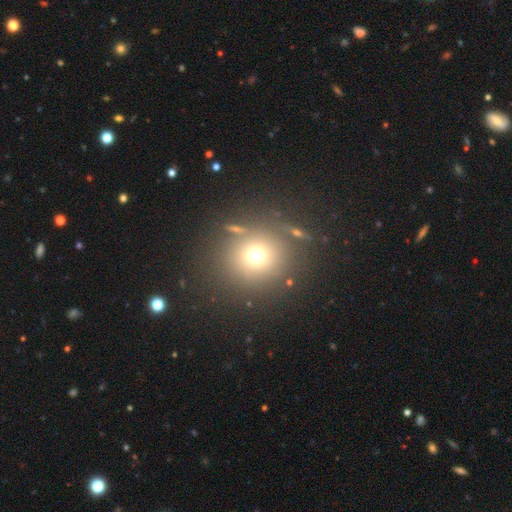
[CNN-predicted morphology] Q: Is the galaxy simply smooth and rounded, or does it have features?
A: smooth — 69%.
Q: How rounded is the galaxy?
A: round — 91%.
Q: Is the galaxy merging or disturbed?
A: none — 80%.